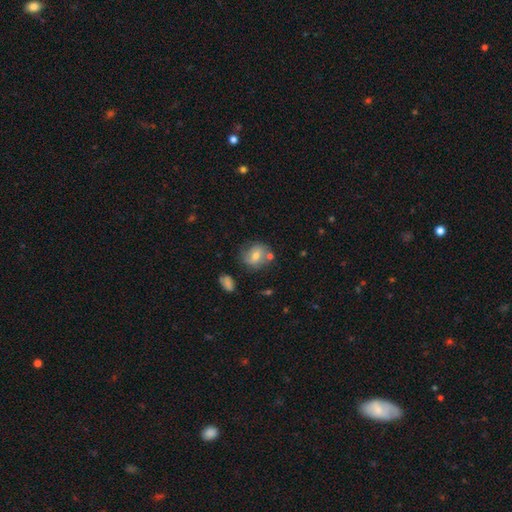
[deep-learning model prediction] The model was most divided on "smooth or featured": smooth: 55%, featured or disk: 36%, star or artifact: 9%. More confident: how rounded — round (71%); merging — none (64%).